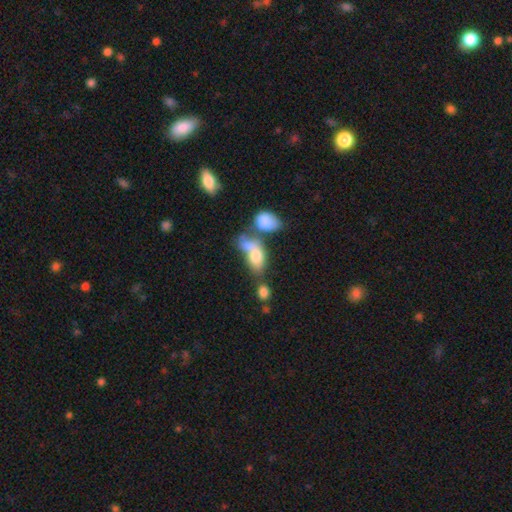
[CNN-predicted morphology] smooth 71%, featured or disk 20%, star or artifact 9%. Down the decision tree: how rounded — in between (85%); merging — merger (52%).